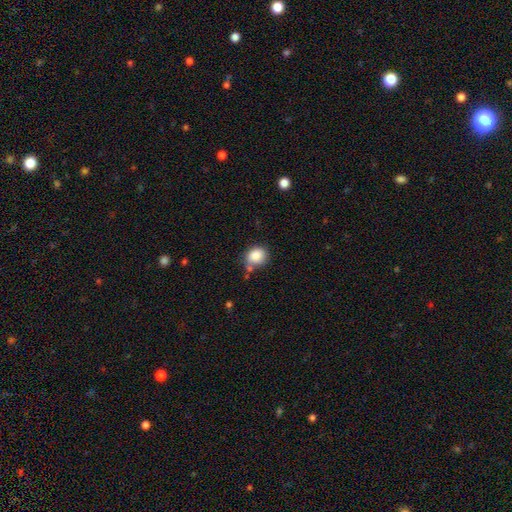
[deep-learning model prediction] Smooth or featured?
  - smooth: 86% *
  - star or artifact: 9%
  - featured or disk: 6%
How rounded?
  - round: 69% *
  - in between: 30%
  - cigar-shaped: 1%
Merging?
  - none: 59% *
  - minor disturbance: 22%
  - merger: 12%
  - major disturbance: 7%